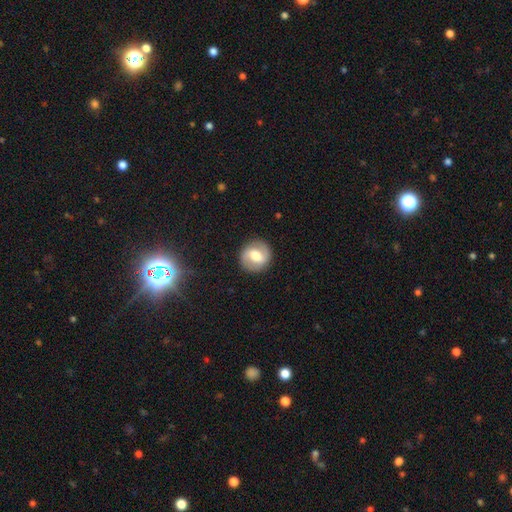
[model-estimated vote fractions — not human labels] This is possibly a featured or disk galaxy (59%). It is clearly not viewed edge-on (97%). Bar: possibly weak (47%). Spiral arm pattern: likely yes (79%). Central bulge: likely moderate (60%). Merging: clearly none (87%).